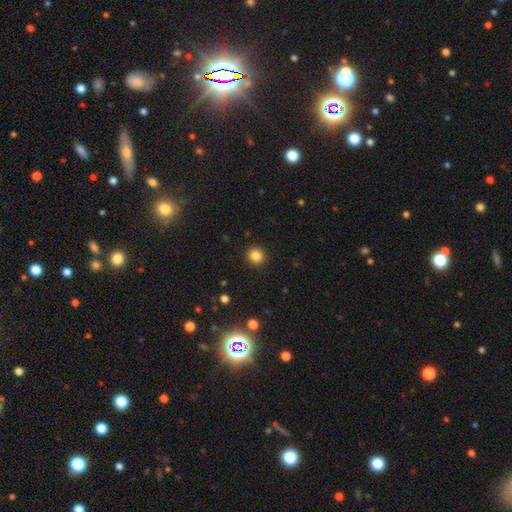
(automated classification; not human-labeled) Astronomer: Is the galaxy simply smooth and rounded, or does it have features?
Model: smooth — 84%.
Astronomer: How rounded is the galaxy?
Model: round — 91%.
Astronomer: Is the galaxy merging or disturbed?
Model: none — 92%.